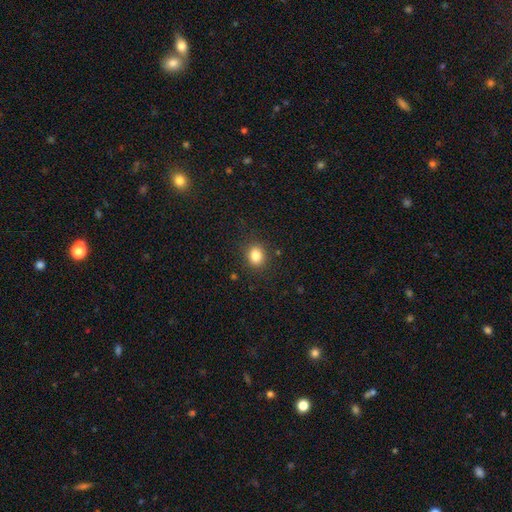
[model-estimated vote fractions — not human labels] smooth_or_featured: smooth (p=0.83) [alt: star or artifact p=0.12]
how_rounded: round (p=0.63) [alt: in between p=0.36]
merging: none (p=0.86) [alt: minor disturbance p=0.09]